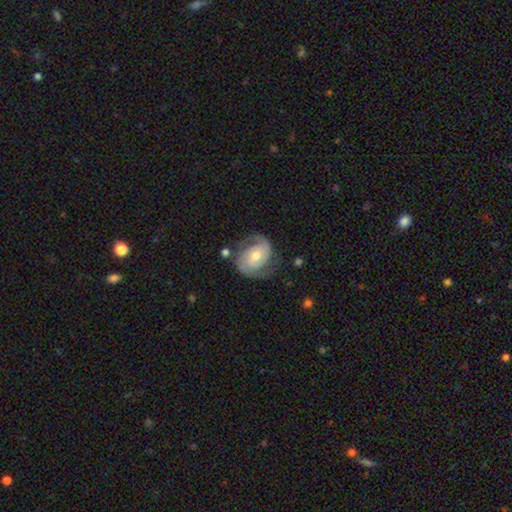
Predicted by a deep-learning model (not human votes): Q: Smooth or featured?
A: featured or disk (86%); runner-up: smooth (9%)
Q: Edge-on disk?
A: no (98%); runner-up: yes (2%)
Q: Bar?
A: no (53%); runner-up: weak (37%)
Q: Spiral arms?
A: yes (96%); runner-up: no (4%)
Q: Spiral winding?
A: tight (48%); runner-up: medium (41%)
Q: Spiral arm count?
A: 2 (88%); runner-up: can't tell (5%)
Q: Bulge size?
A: moderate (68%); runner-up: small (26%)
Q: Merging?
A: none (73%); runner-up: minor disturbance (17%)